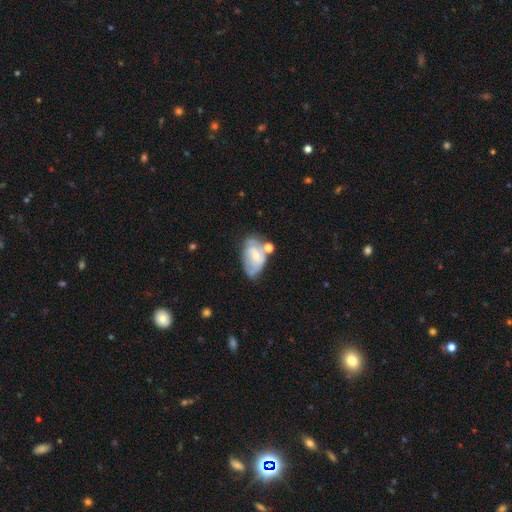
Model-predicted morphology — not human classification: This is possibly a featured or disk galaxy (59%). It is clearly not viewed edge-on (96%). Bar: likely no (60%). Spiral arm pattern: likely yes (64%). Central bulge: likely small (61%). Merging: marginally none (37%).